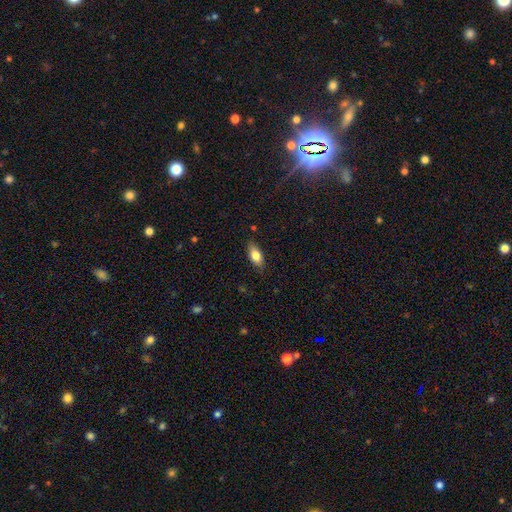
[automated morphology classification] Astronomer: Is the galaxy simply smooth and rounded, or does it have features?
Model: smooth — 78%.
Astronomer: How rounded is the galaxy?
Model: in between — 83%.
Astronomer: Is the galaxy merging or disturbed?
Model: none — 83%.